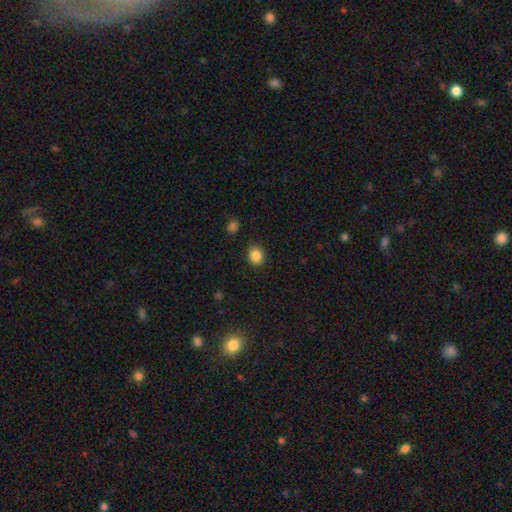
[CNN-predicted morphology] This is clearly a smooth galaxy (87%). How rounded: likely round (69%). Merging: clearly none (89%).